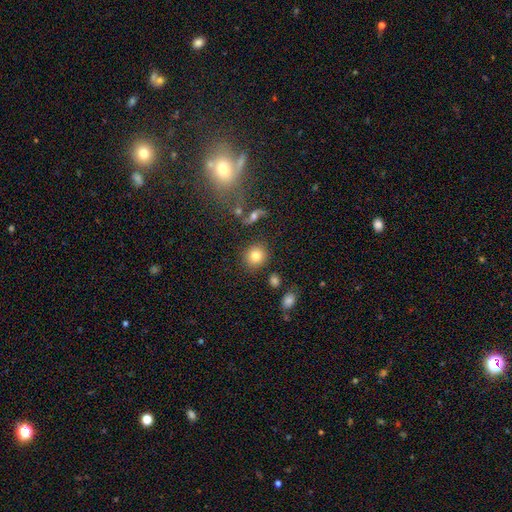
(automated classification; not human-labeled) This appears to be a smooth galaxy with no disk features (80%) that is round (86%). Merging: none (84%).